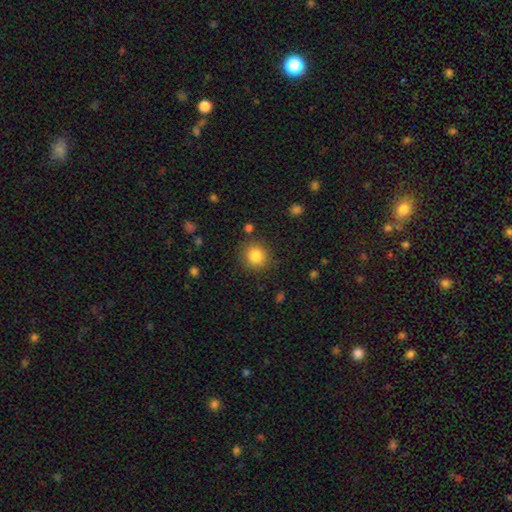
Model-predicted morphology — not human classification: This appears to be a smooth galaxy with no disk features (84%) that is round (89%). Merging: none (86%).